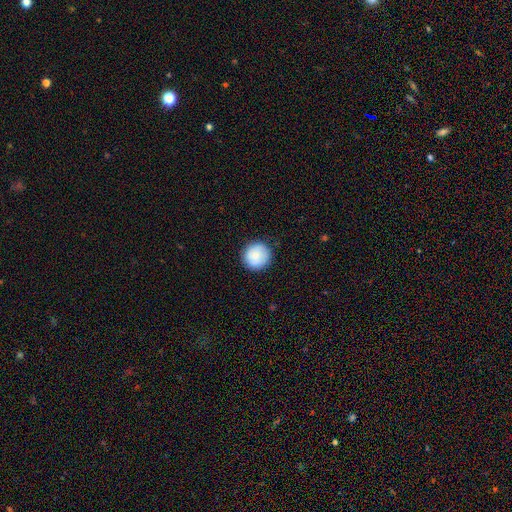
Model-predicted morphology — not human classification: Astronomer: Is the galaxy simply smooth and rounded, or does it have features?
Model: smooth — 81%.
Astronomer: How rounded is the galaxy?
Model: round — 95%.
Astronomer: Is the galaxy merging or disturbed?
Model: none — 88%.